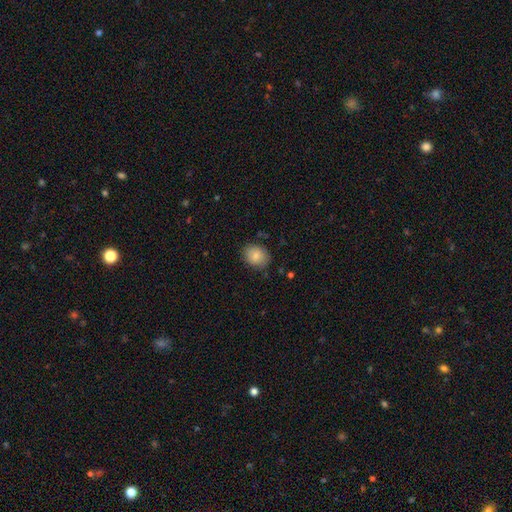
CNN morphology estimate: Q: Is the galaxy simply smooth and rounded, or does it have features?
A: smooth — 82%.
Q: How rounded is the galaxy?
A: round — 56%.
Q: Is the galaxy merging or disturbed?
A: none — 82%.